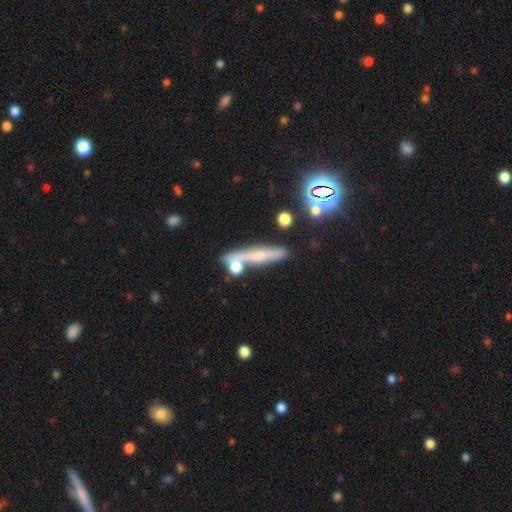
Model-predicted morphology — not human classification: type=smooth (41%); merging=none (59%).